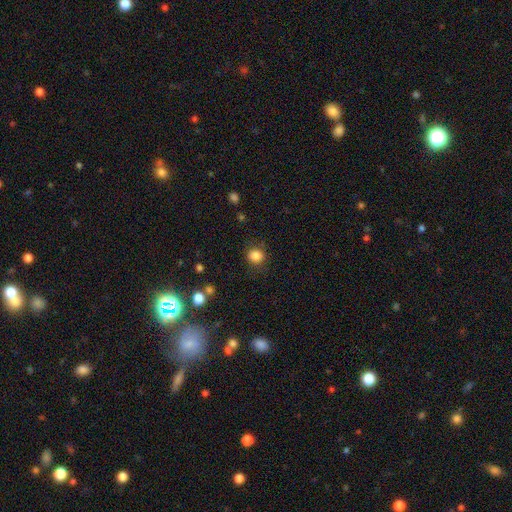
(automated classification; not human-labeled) smooth-or-featured: smooth: 85% | star or artifact: 11% | featured or disk: 4%
  how-rounded: round: 84% | in between: 15% | cigar-shaped: 1%
  merging: none: 84% | minor disturbance: 10% | major disturbance: 4% | merger: 2%